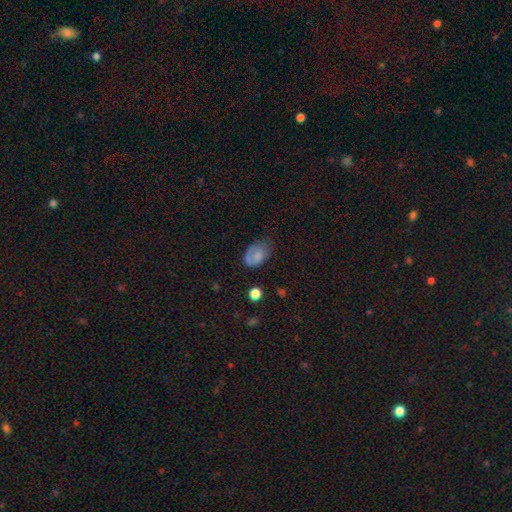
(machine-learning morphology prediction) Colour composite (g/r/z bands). It shows a smooth galaxy with no disk features (65%) that is in between round and cigar-shaped (82%). Merging: none (44%).